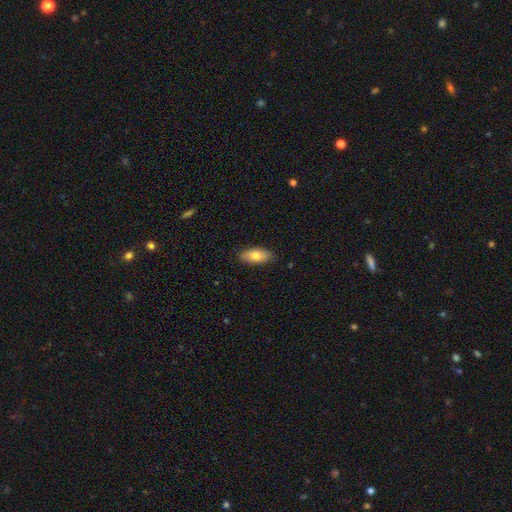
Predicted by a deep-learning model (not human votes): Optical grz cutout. It shows a smooth galaxy with no disk features (76%) that is in between round and cigar-shaped (86%). Merging: none (87%).